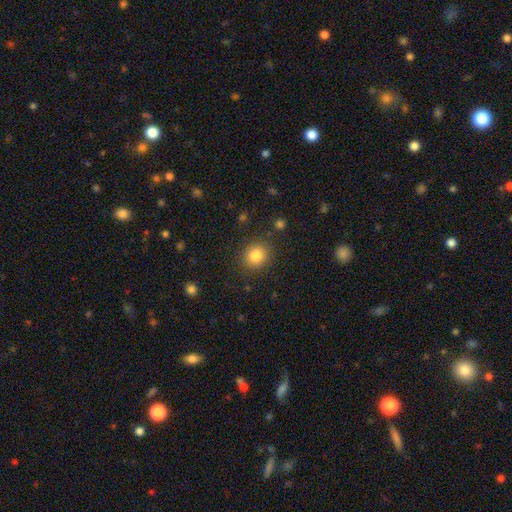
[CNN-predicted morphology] This is clearly a smooth galaxy (84%). How rounded: likely round (79%). Merging: clearly none (87%).